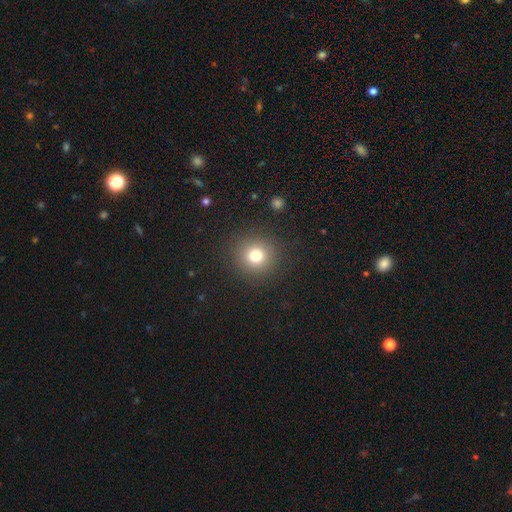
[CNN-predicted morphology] smooth 76%, star or artifact 15%, featured or disk 9%. Down the decision tree: how rounded — round (93%); merging — none (90%).